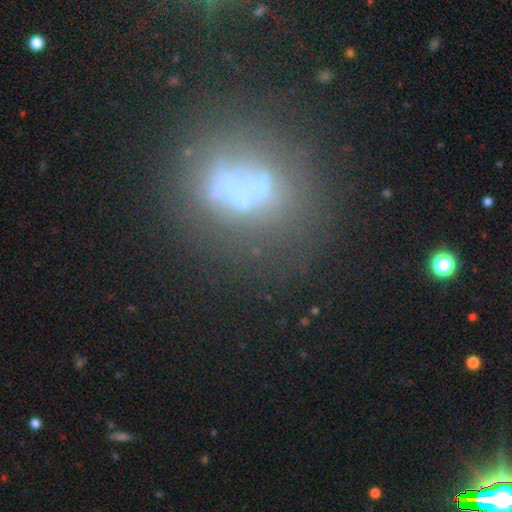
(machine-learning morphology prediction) Smooth or featured: featured or disk — 36% (smooth — 34%)
Merging: none — 49% (merger — 25%)